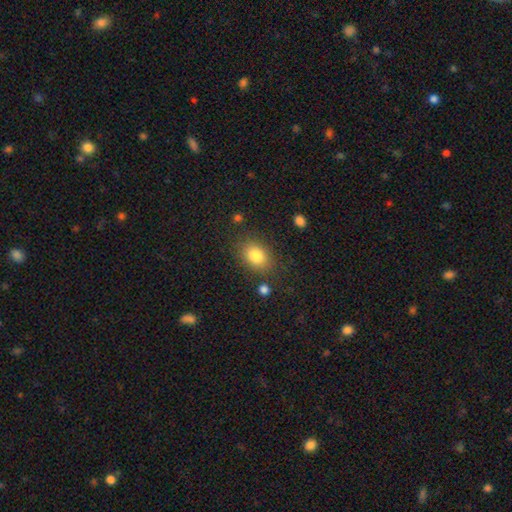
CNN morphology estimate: smooth 82%, star or artifact 9%, featured or disk 9%. Down the decision tree: how rounded — in between (69%); merging — none (79%).